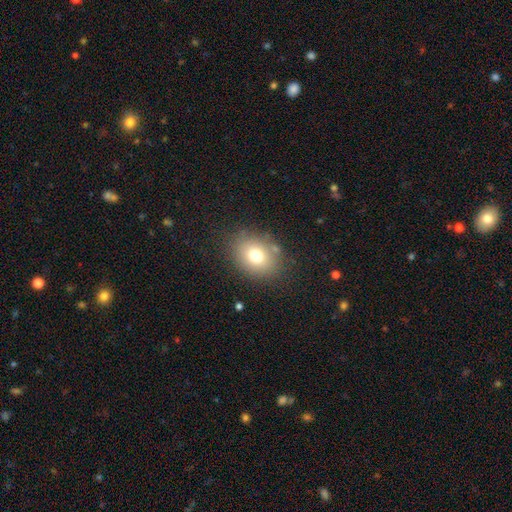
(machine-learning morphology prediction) A smooth galaxy with no disk features (74%) that is in between round and cigar-shaped (50%).

Vote fractions:
- Smooth or featured? smooth: 74% / featured or disk: 13% / star or artifact: 13%
- How rounded? in between: 50% / round: 49% / cigar-shaped: 1%
- Merging? none: 81% / minor disturbance: 12% / major disturbance: 5% / merger: 3%